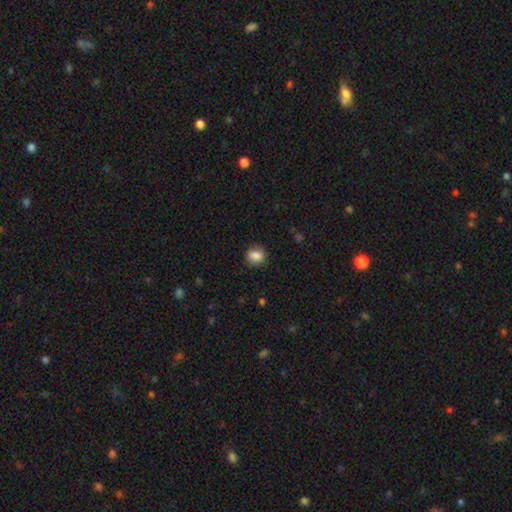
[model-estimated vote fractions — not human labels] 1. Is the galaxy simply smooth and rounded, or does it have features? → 86% smooth, 9% star or artifact, 5% featured or disk.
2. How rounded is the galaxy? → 67% round, 32% in between, 1% cigar-shaped.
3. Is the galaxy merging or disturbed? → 86% none, 10% minor disturbance, 3% major disturbance, 1% merger.